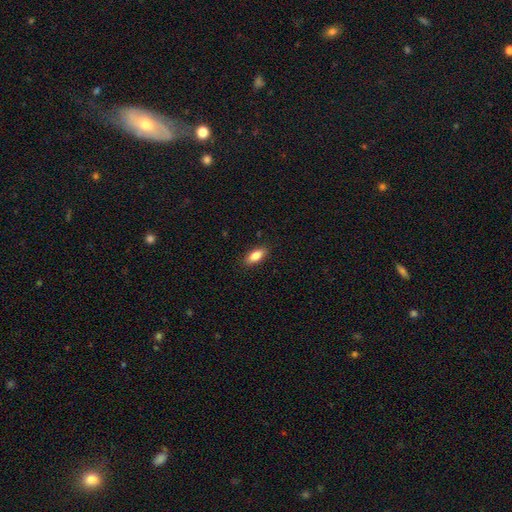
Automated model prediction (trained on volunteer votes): smooth 84%, featured or disk 9%, star or artifact 7%. Down the decision tree: how rounded — in between (86%); merging — none (88%).